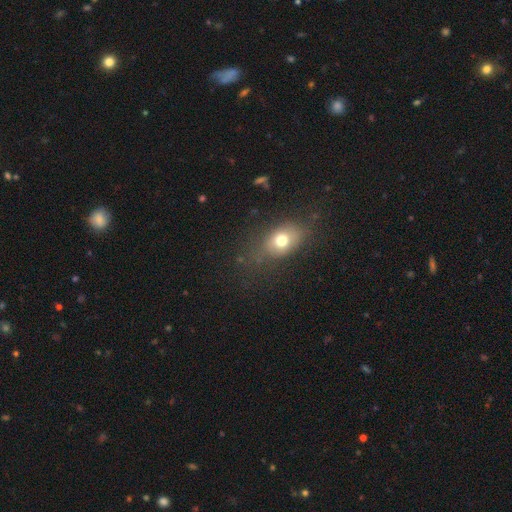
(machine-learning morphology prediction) smooth-or-featured: smooth: 59% | star or artifact: 22% | featured or disk: 20%
  how-rounded: in between: 64% | round: 27% | cigar-shaped: 9%
  merging: none: 72% | minor disturbance: 18% | major disturbance: 8% | merger: 2%